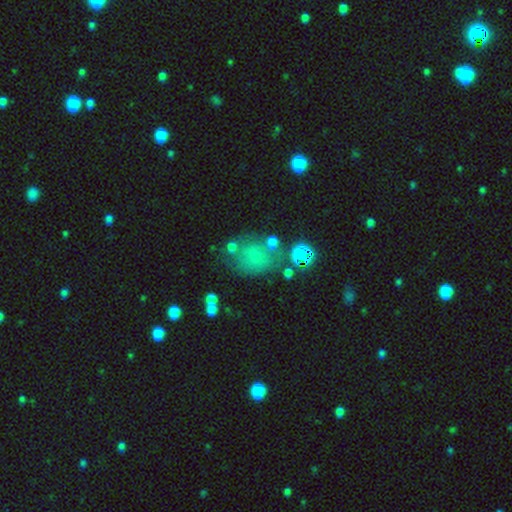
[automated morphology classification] Smooth or featured: smooth — 54% (star or artifact — 26%)
How rounded: round — 62% (in between — 37%)
Merging: none — 61% (minor disturbance — 19%)